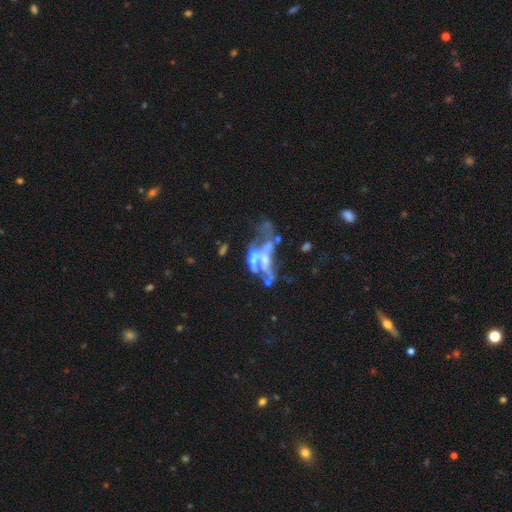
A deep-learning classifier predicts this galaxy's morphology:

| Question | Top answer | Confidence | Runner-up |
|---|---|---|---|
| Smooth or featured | featured or disk | 67% | smooth (17%) |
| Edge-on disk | no | 93% | yes (7%) |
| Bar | no | 82% | weak (11%) |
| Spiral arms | no | 87% | yes (13%) |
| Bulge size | moderate | 34% | tied: none (34%) |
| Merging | merger | 52% | major disturbance (28%) |